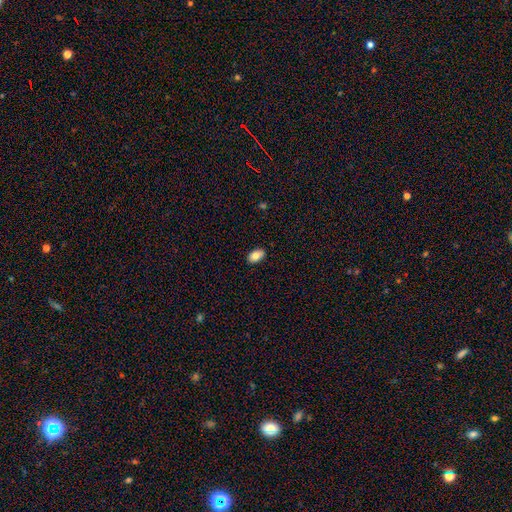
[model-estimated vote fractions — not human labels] This appears to be a smooth galaxy with no disk features (82%) that is in between round and cigar-shaped (92%). Merging: none (87%).